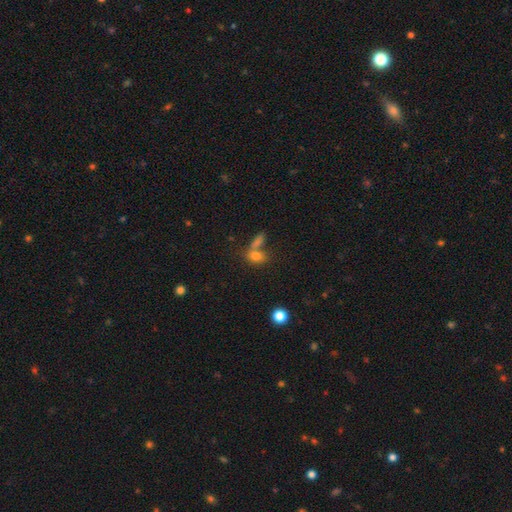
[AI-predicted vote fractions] Smooth or featured: smooth — 76% (star or artifact — 12%)
How rounded: in between — 70% (round — 24%)
Merging: none — 42% (merger — 41%)